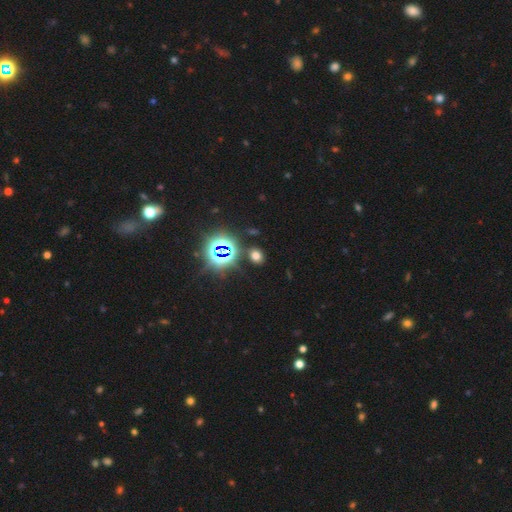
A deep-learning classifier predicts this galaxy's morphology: Smooth or featured? smooth (59%)
How rounded? in between (53%)
Merging? none (84%)